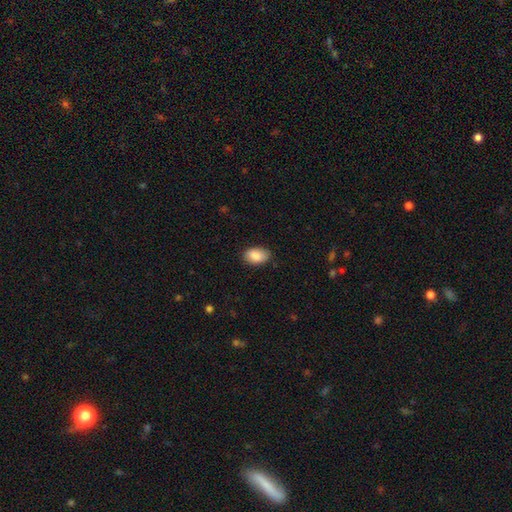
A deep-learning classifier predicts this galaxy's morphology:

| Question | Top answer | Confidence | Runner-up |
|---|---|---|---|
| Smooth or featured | smooth | 88% | star or artifact (6%) |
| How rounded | in between | 91% | round (8%) |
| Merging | none | 83% | minor disturbance (13%) |